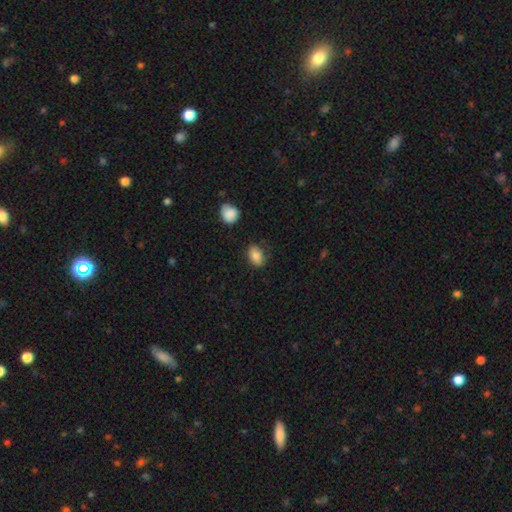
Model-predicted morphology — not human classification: A smooth galaxy with no disk features (85%) that is in between round and cigar-shaped (85%).

Vote fractions:
- Smooth or featured? smooth: 85% / star or artifact: 8% / featured or disk: 7%
- How rounded? in between: 85% / round: 13% / cigar-shaped: 2%
- Merging? none: 80% / minor disturbance: 15% / major disturbance: 3% / merger: 2%